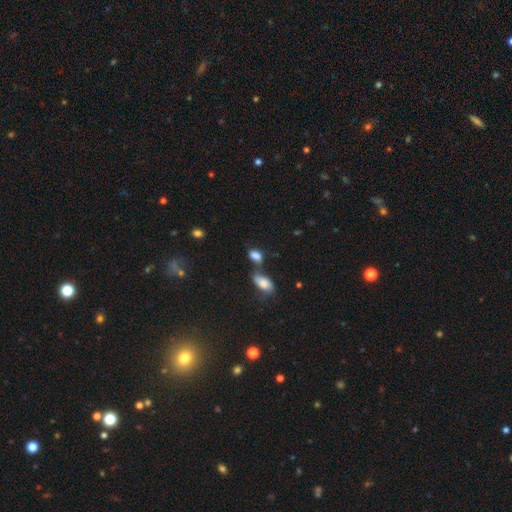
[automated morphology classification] Smooth or featured? Predicted: smooth (p=0.81). How rounded? Predicted: in between (p=0.88). Merging? Predicted: none (p=0.42).